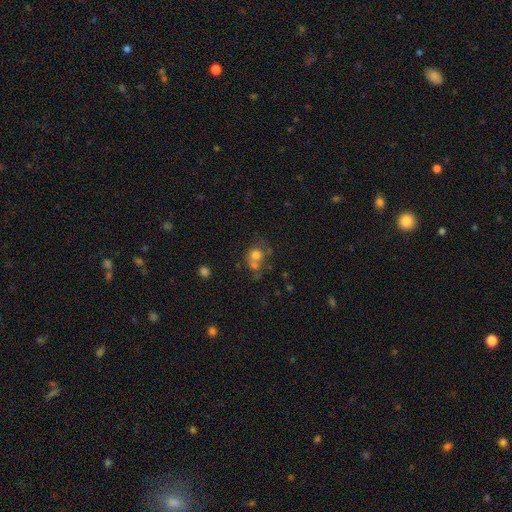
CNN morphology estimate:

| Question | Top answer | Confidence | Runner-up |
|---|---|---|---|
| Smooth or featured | smooth | 70% | featured or disk (16%) |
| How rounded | round | 77% | in between (22%) |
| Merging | none | 41% | merger (39%) |